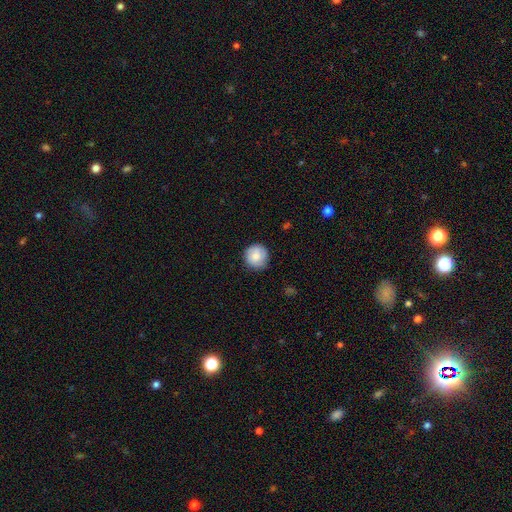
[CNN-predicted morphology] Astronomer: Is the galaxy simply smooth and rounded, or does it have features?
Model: smooth — 78%.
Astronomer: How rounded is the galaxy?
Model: round — 93%.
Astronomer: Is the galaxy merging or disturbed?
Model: none — 81%.